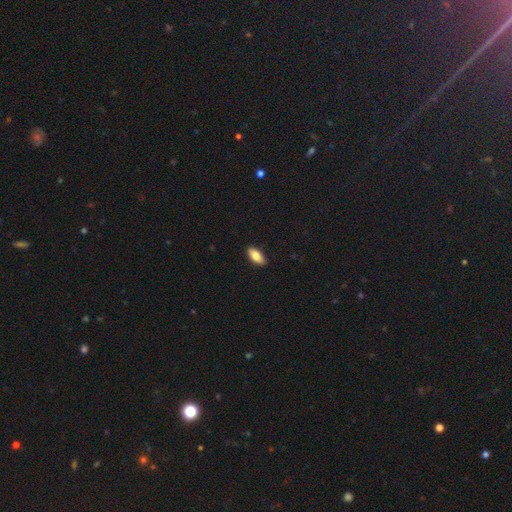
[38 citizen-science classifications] Smooth or featured? smooth (87%)
How rounded? in between (91%)
Merging? none (94%)